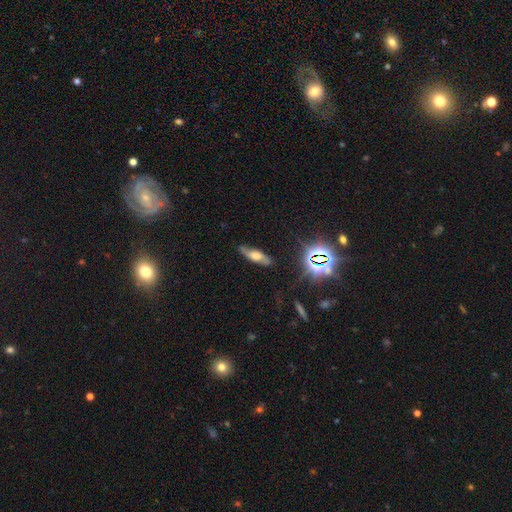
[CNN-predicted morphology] Overall: featured or disk (50%; smooth 33%). Edge-on disk: yes (51%; no 49%). Merging: none (75%).